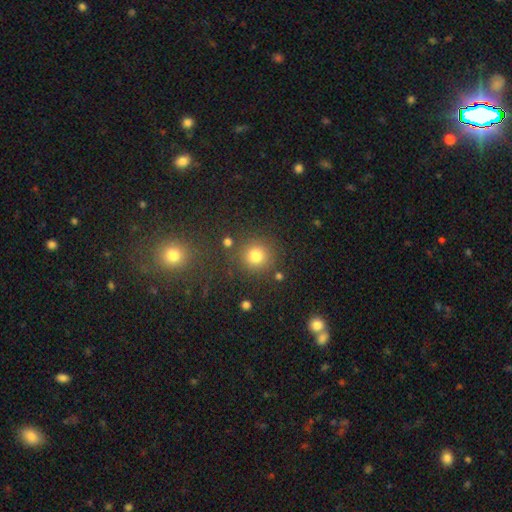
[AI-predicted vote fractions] The model was most divided on "smooth or featured": smooth: 79%, star or artifact: 15%, featured or disk: 6%. More confident: how rounded — round (92%); merging — none (81%).